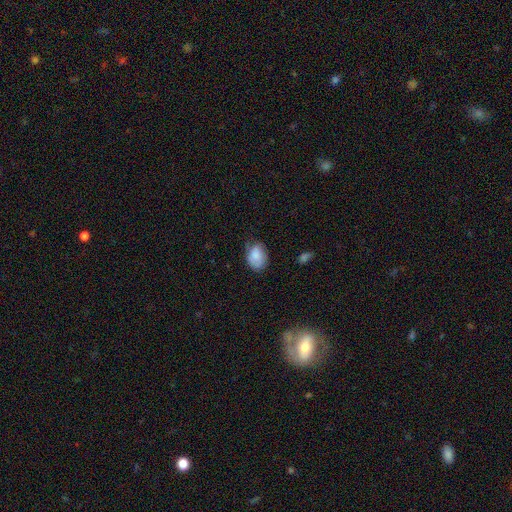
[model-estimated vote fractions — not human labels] A smooth galaxy with no disk features (75%) that is in between round and cigar-shaped (77%). Merging: none (55%).